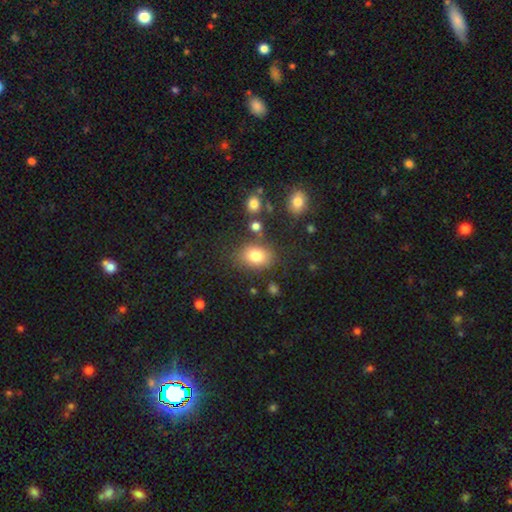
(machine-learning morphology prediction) smooth-or-featured: smooth: 79% | star or artifact: 11% | featured or disk: 10%
  how-rounded: in between: 70% | round: 28% | cigar-shaped: 1%
  merging: none: 75% | minor disturbance: 14% | merger: 7% | major disturbance: 5%